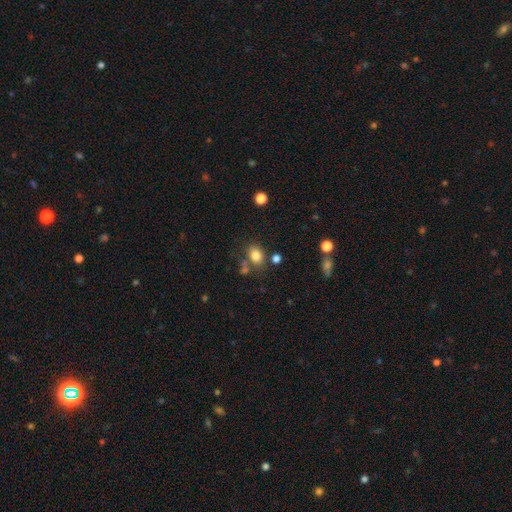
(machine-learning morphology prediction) Smooth or featured? Predicted: smooth (p=0.81). How rounded? Predicted: in between (p=0.61). Merging? Predicted: none (p=0.68).